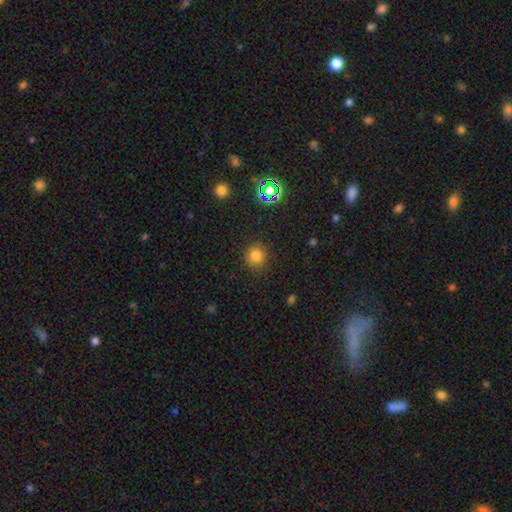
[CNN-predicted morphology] Smooth or featured: smooth — 79% (star or artifact — 16%)
How rounded: round — 92% (in between — 7%)
Merging: none — 87% (minor disturbance — 8%)